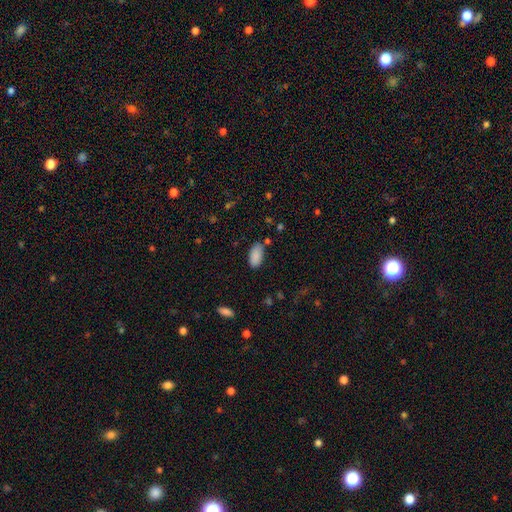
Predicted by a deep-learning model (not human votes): This is clearly a smooth galaxy (88%). How rounded: clearly in between (94%). Merging: likely none (79%).